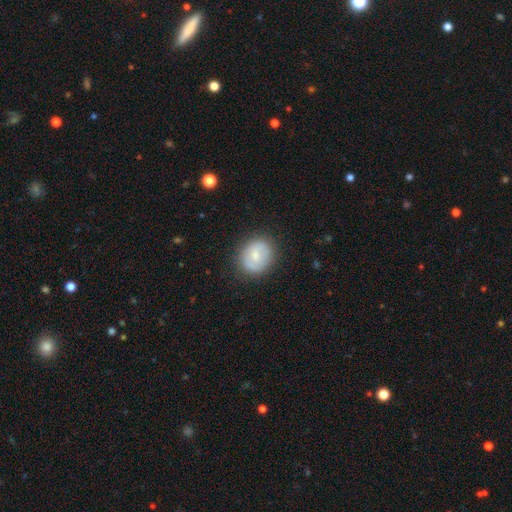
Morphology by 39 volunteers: smooth_or_featured: featured or disk (p=0.49) [alt: smooth p=0.46]
disk_edge_on: no (p=1.00)
bar: no (p=0.53) [alt: weak p=0.32]
has_spiral_arms: no (p=0.58) [alt: yes p=0.42]
bulge_size: moderate (p=0.47) [alt: small p=0.32]
merging: none (p=0.78) [alt: minor disturbance p=0.16]